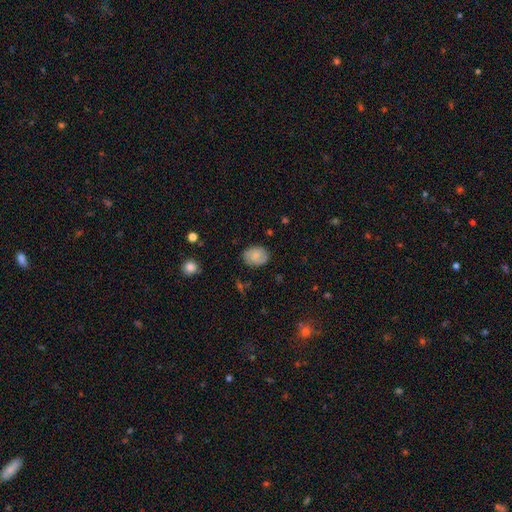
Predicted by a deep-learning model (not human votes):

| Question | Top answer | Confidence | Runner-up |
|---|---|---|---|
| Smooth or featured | smooth | 64% | featured or disk (28%) |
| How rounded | in between | 54% | round (45%) |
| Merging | none | 78% | minor disturbance (17%) |